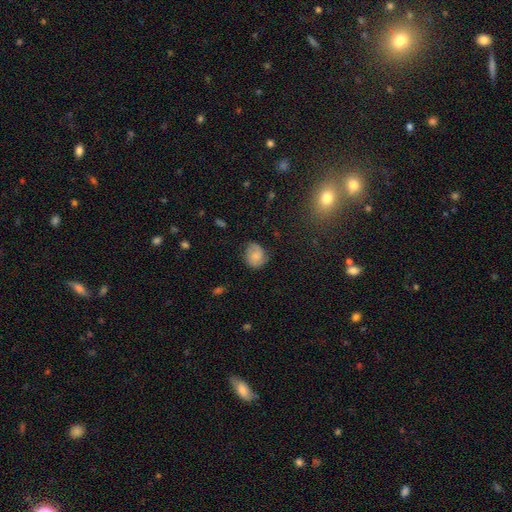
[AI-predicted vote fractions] A smooth galaxy with no disk features (68%) that is round (61%). Merging: none (66%).